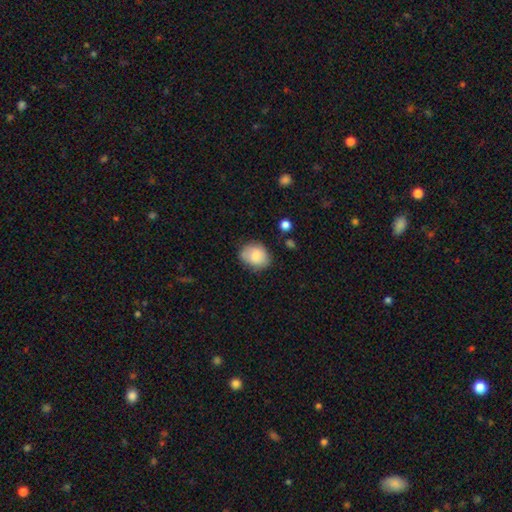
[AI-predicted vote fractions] This is clearly a smooth galaxy (81%). How rounded: possibly in between (56%). Merging: likely none (72%).